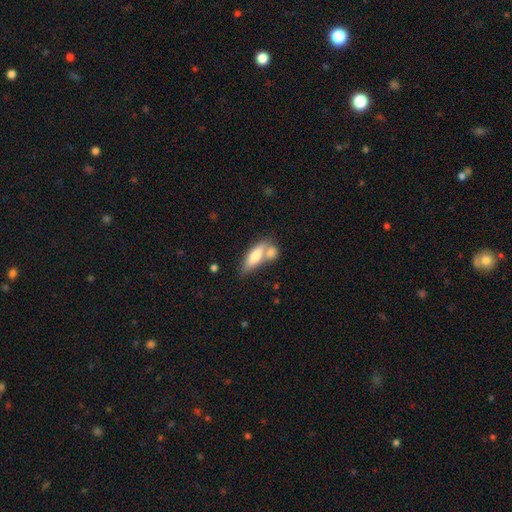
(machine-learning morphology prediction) A smooth galaxy with no disk features (70%) that is in between round and cigar-shaped (65%). Merging: merger (46%).